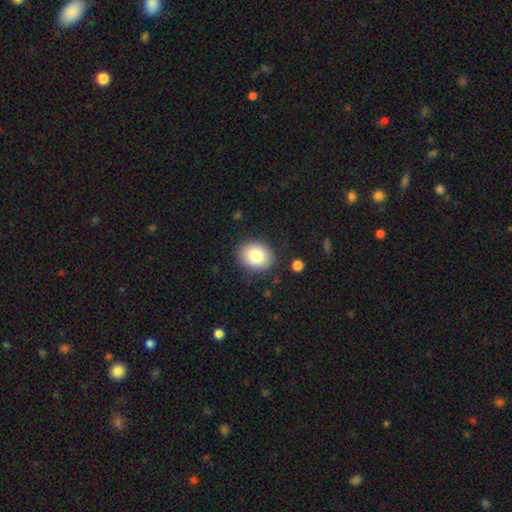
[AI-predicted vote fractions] A smooth galaxy with no disk features (81%) that is round (60%).

Vote fractions:
- Smooth or featured? smooth: 81% / featured or disk: 11% / star or artifact: 9%
- How rounded? round: 60% / in between: 39% / cigar-shaped: 1%
- Merging? none: 87% / minor disturbance: 9% / major disturbance: 3% / merger: 2%